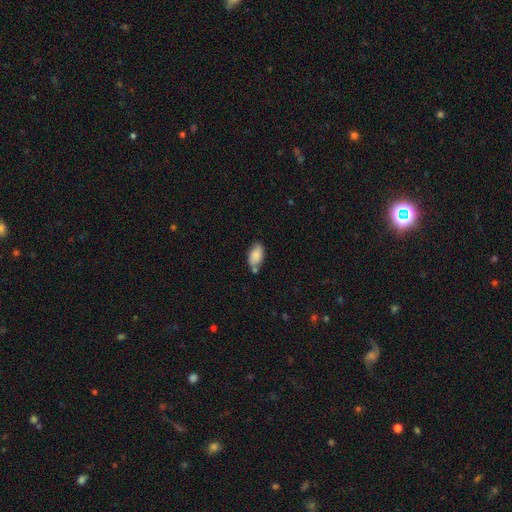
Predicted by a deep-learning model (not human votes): The model was most divided on "merging": none: 63%, minor disturbance: 19%, merger: 14%, major disturbance: 4%. More confident: how rounded — in between (93%); smooth or featured — smooth (84%).